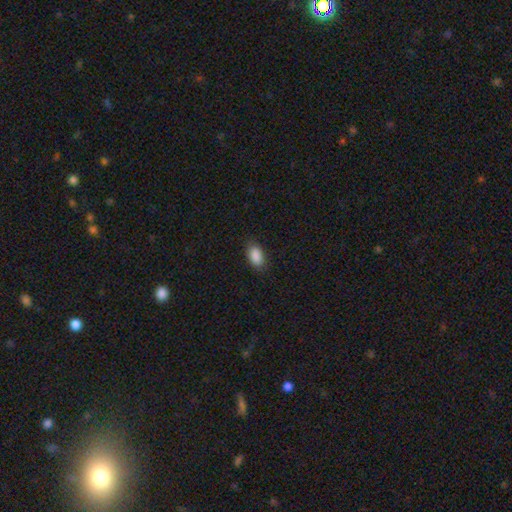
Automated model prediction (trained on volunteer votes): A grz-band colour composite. It shows a smooth galaxy with no disk features (90%) that is in between round and cigar-shaped (92%). Merging: none (85%).